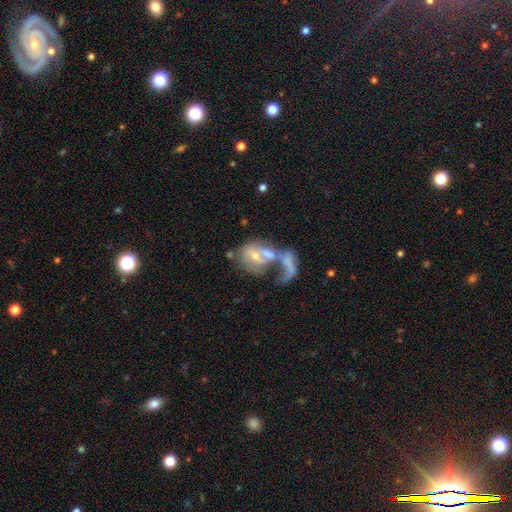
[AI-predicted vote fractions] This is possibly a featured or disk galaxy (60%). It is clearly not viewed edge-on (95%). Bar: likely no (67%). Spiral arm pattern: possibly yes (53%). Central bulge: possibly small (46%). Merging: likely merger (63%).